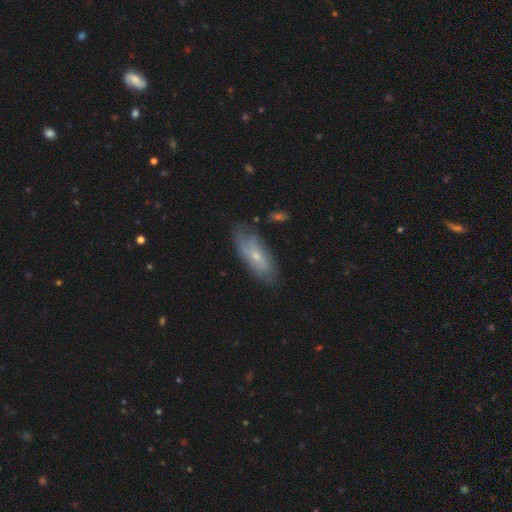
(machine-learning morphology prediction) type=featured or disk (49%); merging=none (71%).